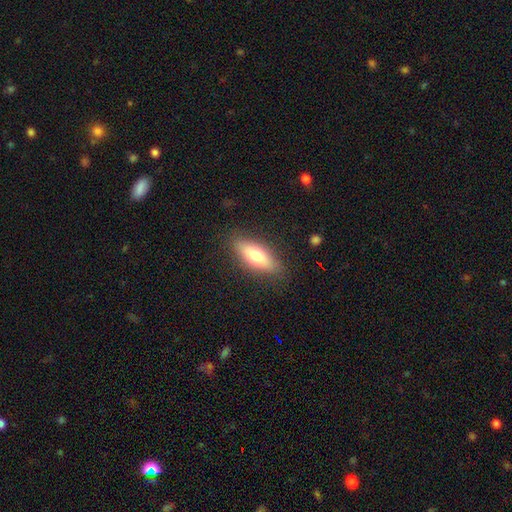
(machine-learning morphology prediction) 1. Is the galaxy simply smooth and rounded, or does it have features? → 72% smooth, 21% featured or disk, 7% star or artifact.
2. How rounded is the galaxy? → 63% in between, 35% cigar-shaped, 2% round.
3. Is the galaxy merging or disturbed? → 85% none, 11% minor disturbance, 3% major disturbance, 1% merger.